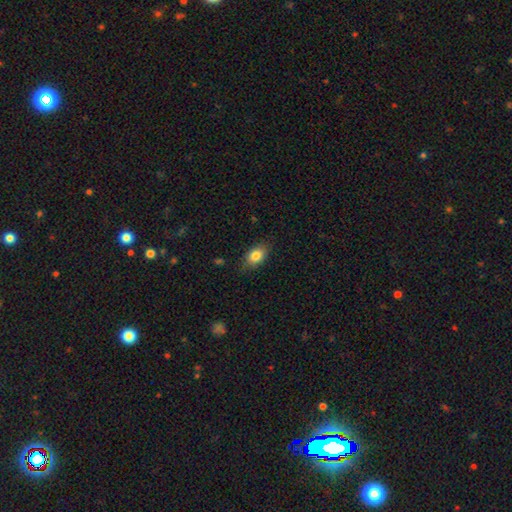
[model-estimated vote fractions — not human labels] A smooth galaxy with no disk features (83%) that is in between round and cigar-shaped (83%). Merging: none (80%).